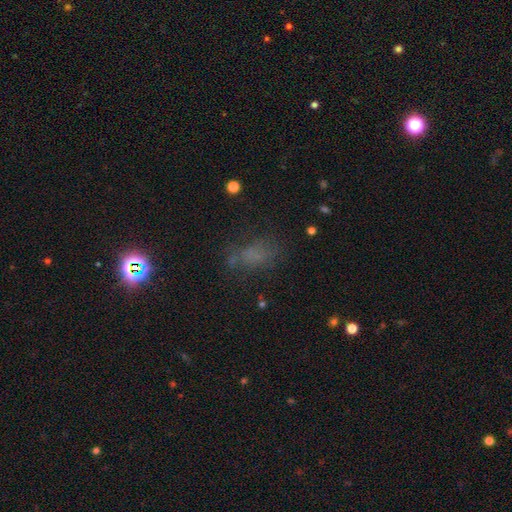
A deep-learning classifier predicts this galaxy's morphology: smooth-or-featured: smooth: 49% | star or artifact: 33% | featured or disk: 18%
  merging: none: 56% | minor disturbance: 21% | major disturbance: 18% | merger: 5%